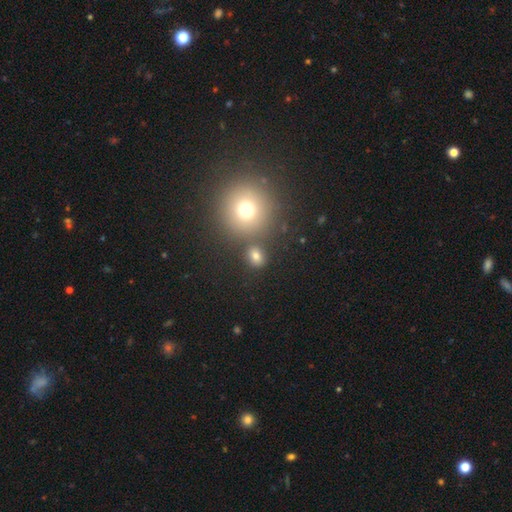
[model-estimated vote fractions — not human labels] Q: Smooth or featured?
A: smooth (74%); runner-up: star or artifact (17%)
Q: How rounded?
A: round (66%); runner-up: in between (33%)
Q: Merging?
A: none (74%); runner-up: merger (13%)